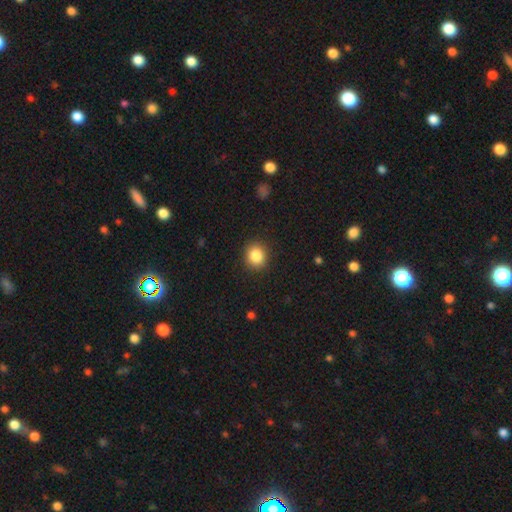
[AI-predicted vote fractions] Morphology: type=smooth (85%); roundness=round (78%); merging=none (90%).